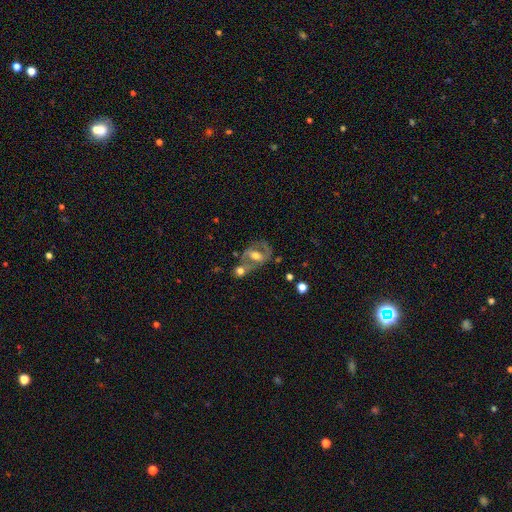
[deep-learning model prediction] featured or disk 64%, smooth 28%, star or artifact 9%. Down the decision tree: edge-on disk — no (92%); bar — weak (38%); spiral arms — yes (57%); bulge size — moderate (65%); merging — none (41%).